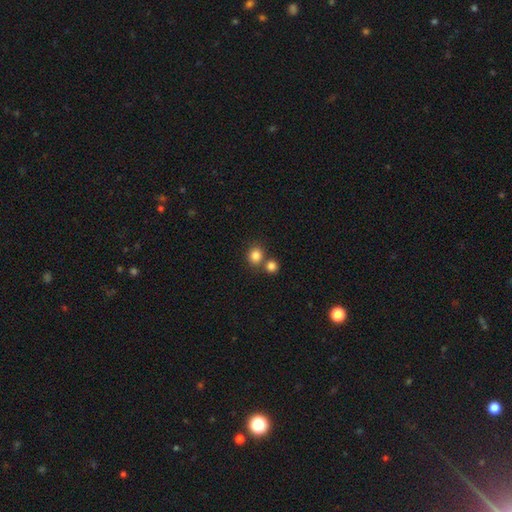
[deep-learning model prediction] smooth 83%, star or artifact 11%, featured or disk 6%. Down the decision tree: how rounded — round (77%); merging — none (61%).